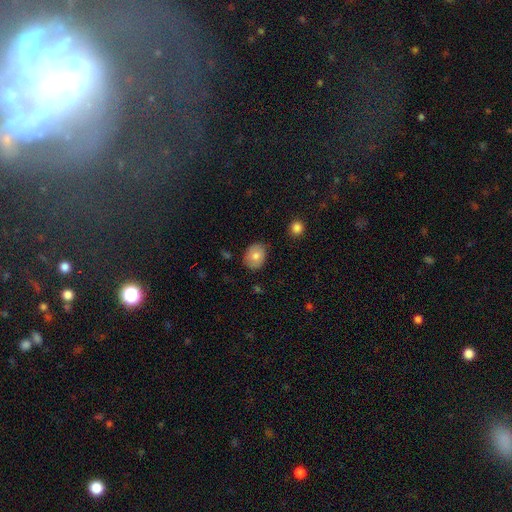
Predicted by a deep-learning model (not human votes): Smooth or featured: smooth — 77% (featured or disk — 15%)
How rounded: in between — 55% (round — 44%)
Merging: none — 77% (minor disturbance — 18%)